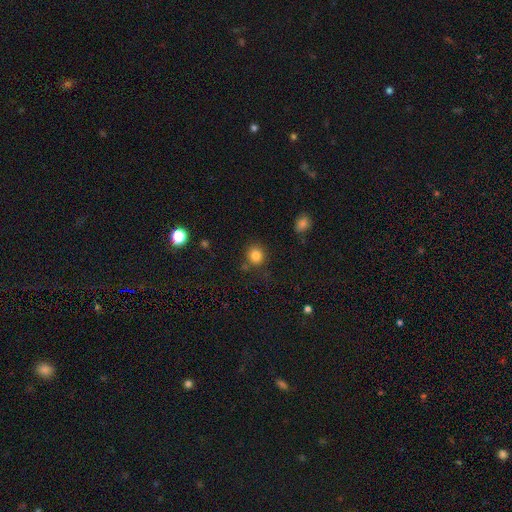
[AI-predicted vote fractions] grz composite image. It shows a smooth galaxy with no disk features (84%) that is round (87%). Merging: none (80%).